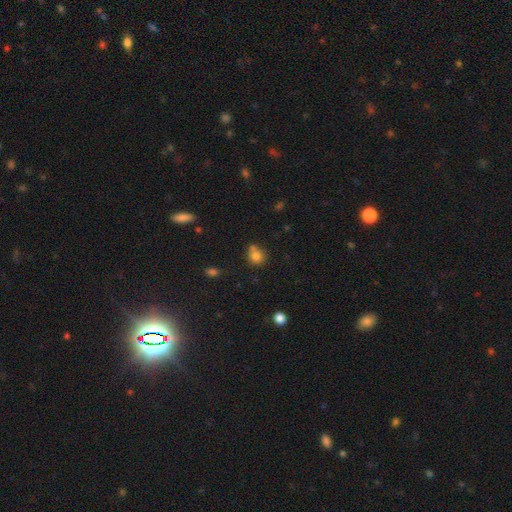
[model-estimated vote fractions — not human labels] smooth-or-featured: smooth: 79% | star or artifact: 12% | featured or disk: 9%
  how-rounded: round: 80% | in between: 19% | cigar-shaped: 1%
  merging: none: 56% | merger: 24% | minor disturbance: 15% | major disturbance: 5%